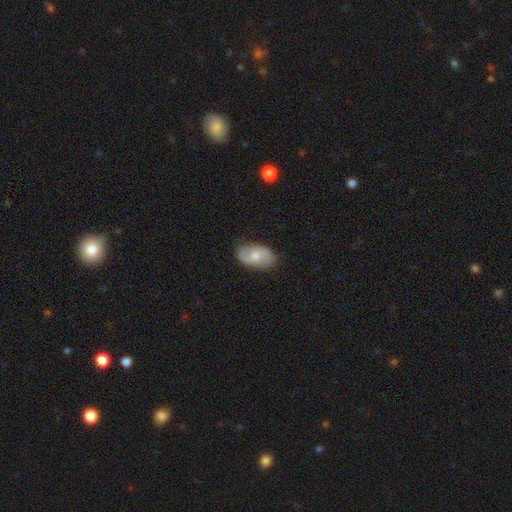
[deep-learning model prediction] smooth 55%, featured or disk 39%, star or artifact 6%. Down the decision tree: how rounded — in between (90%); merging — none (79%).